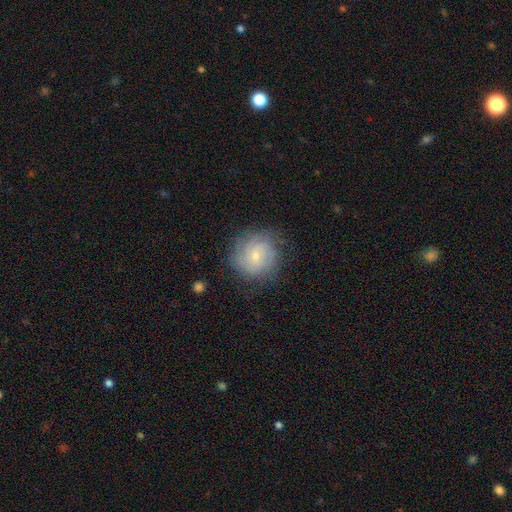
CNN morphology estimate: smooth_or_featured: featured or disk (p=0.46) [alt: smooth p=0.45]
merging: none (p=0.74) [alt: minor disturbance p=0.17]